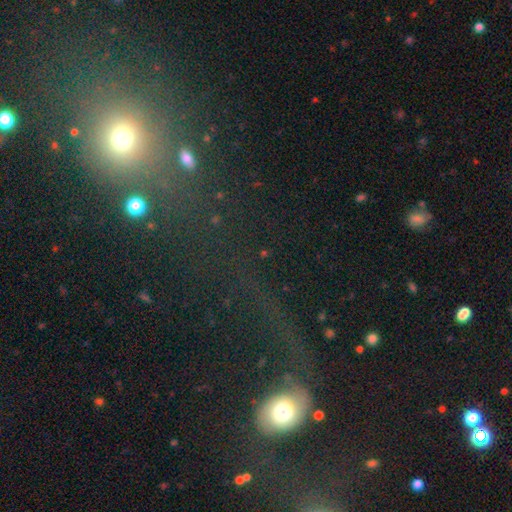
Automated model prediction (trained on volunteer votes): A smooth galaxy with no disk features (40%).

Vote fractions:
- Smooth or featured? smooth: 40% / star or artifact: 34% / featured or disk: 26%
- Merging? none: 44% / major disturbance: 29% / merger: 15% / minor disturbance: 12%